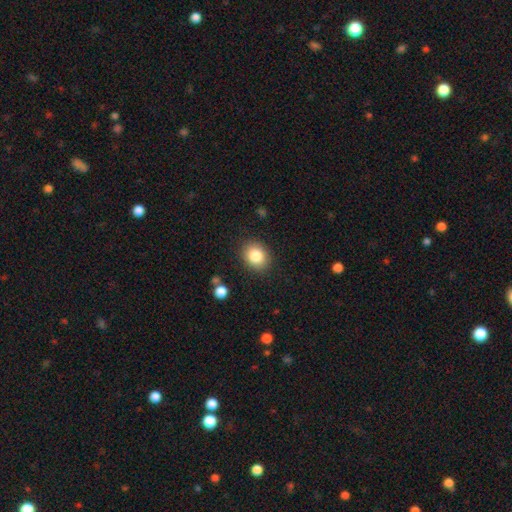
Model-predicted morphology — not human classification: type=smooth (84%); roundness=round (59%); merging=none (87%).